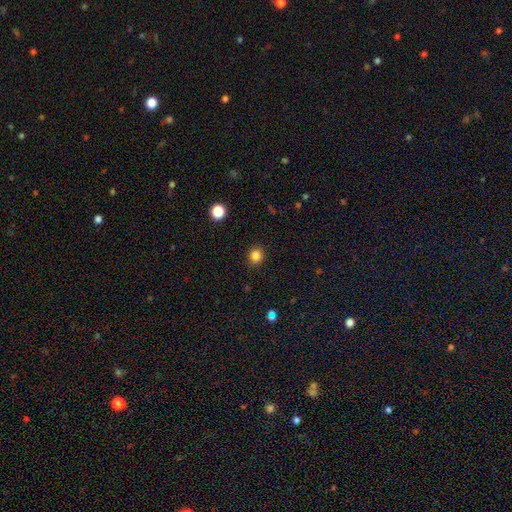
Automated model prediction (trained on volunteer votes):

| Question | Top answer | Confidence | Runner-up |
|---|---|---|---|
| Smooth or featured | smooth | 84% | star or artifact (12%) |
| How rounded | round | 85% | in between (14%) |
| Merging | none | 90% | minor disturbance (6%) |